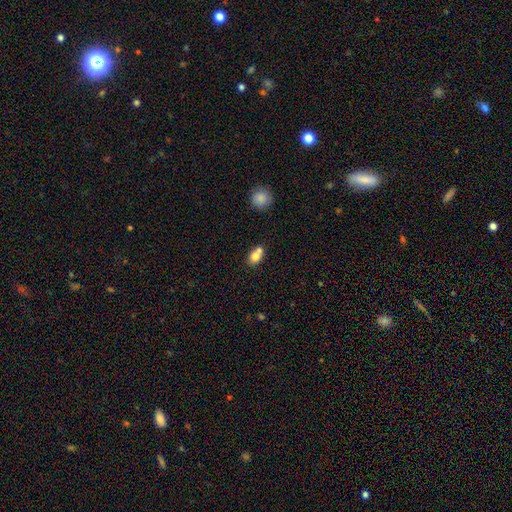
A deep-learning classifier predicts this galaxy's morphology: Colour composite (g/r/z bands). It shows a smooth galaxy with no disk features (76%) that is in between round and cigar-shaped (56%). Merging: merger (48%).